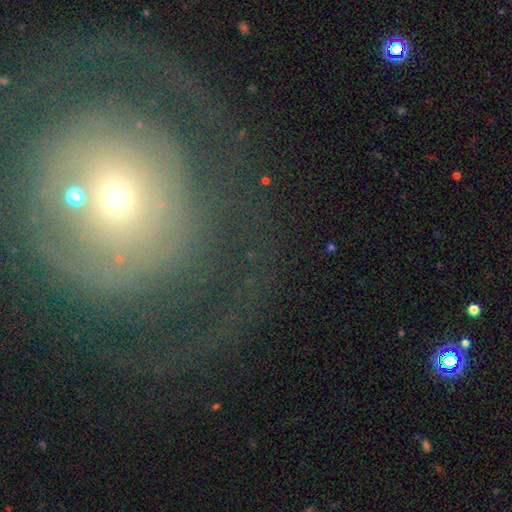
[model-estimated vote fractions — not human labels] Smooth or featured? featured or disk (55%)
Edge-on disk? no (94%)
Bar? no (81%)
Spiral arms? yes (57%)
Bulge size? small (60%)
Merging? none (45%)